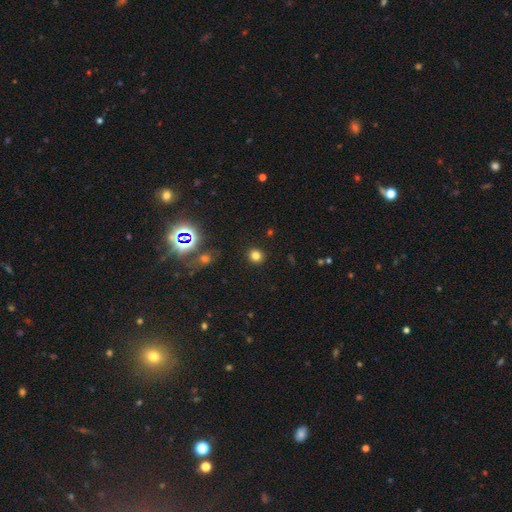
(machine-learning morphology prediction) This appears to be a smooth galaxy with no disk features (79%) that is round (86%). Merging: none (90%).